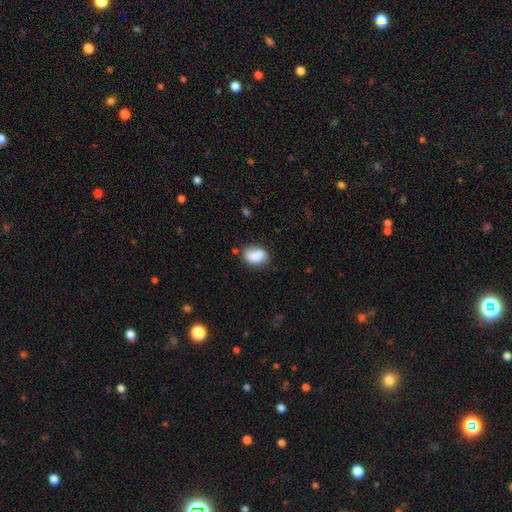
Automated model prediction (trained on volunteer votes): smooth_or_featured: smooth (p=0.79) [alt: featured or disk p=0.12]
how_rounded: in between (p=0.78) [alt: round p=0.20]
merging: none (p=0.54) [alt: minor disturbance p=0.23]